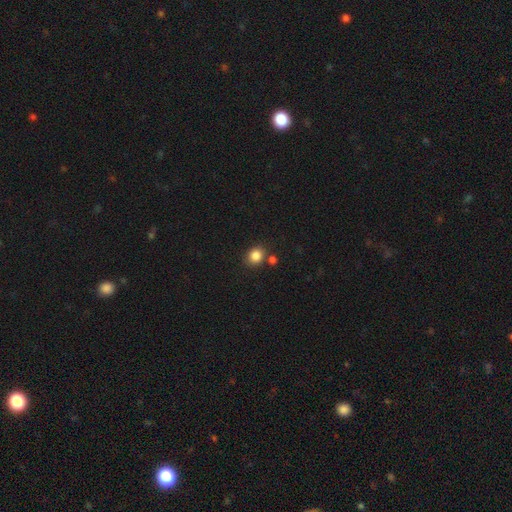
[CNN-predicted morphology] This appears to be a smooth galaxy with no disk features (85%) that is round (70%). Merging: none (74%).